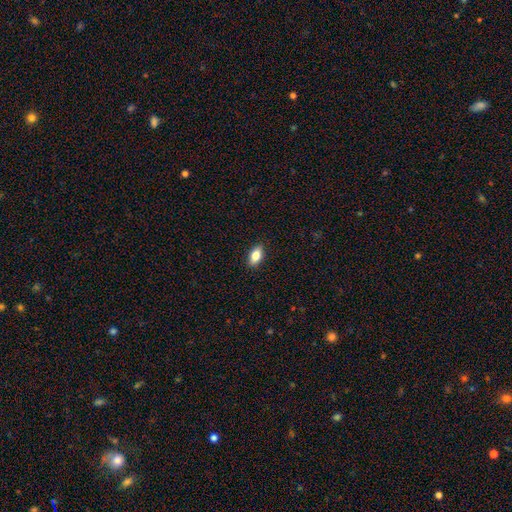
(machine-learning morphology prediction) Smooth or featured: smooth — 83% (featured or disk — 10%)
How rounded: in between — 90% (cigar-shaped — 5%)
Merging: none — 90% (minor disturbance — 8%)